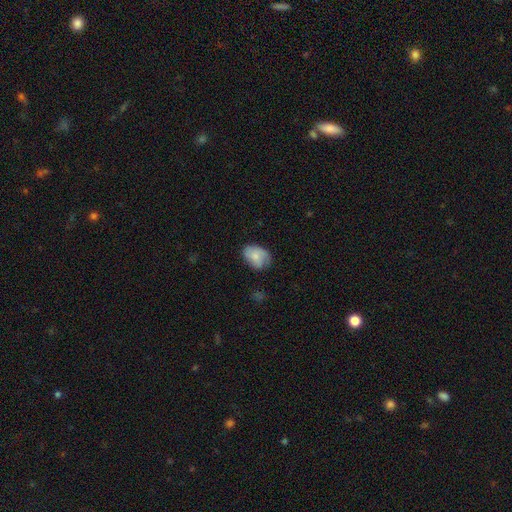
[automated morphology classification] A smooth galaxy with no disk features (74%) that is in between round and cigar-shaped (76%). Merging: none (63%).